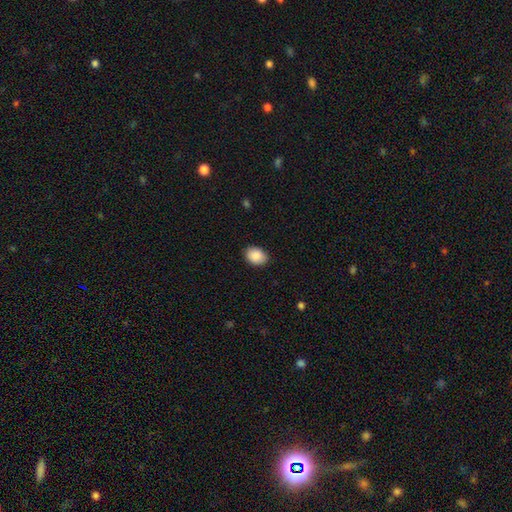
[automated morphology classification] type=smooth (90%); roundness=in between (74%); merging=none (88%).